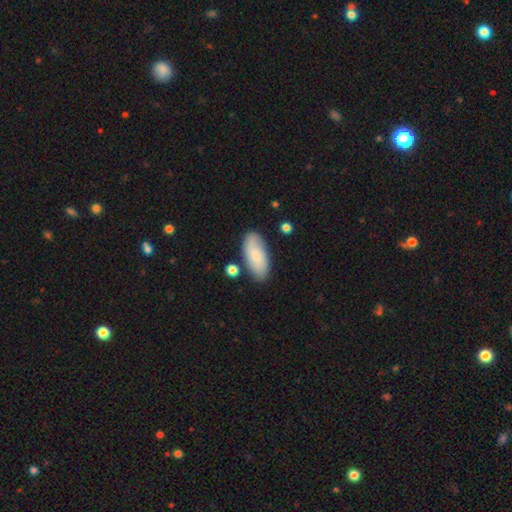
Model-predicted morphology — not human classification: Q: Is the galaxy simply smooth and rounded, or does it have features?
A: smooth — 74%.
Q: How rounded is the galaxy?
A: in between — 90%.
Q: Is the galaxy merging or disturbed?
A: none — 78%.